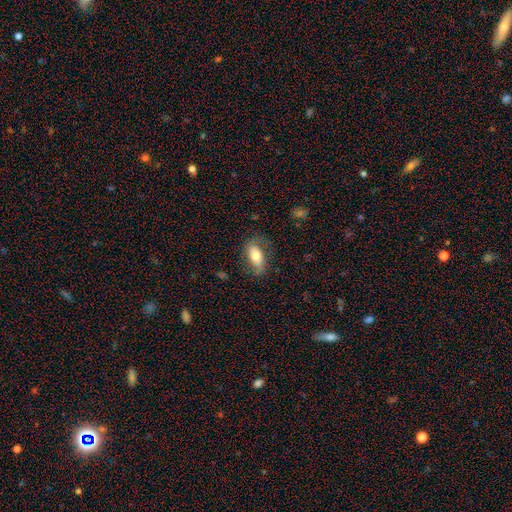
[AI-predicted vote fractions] A smooth galaxy with no disk features (64%) that is in between round and cigar-shaped (86%).

Vote fractions:
- Smooth or featured? smooth: 64% / featured or disk: 30% / star or artifact: 7%
- How rounded? in between: 86% / cigar-shaped: 10% / round: 4%
- Merging? none: 68% / minor disturbance: 21% / major disturbance: 9% / merger: 2%